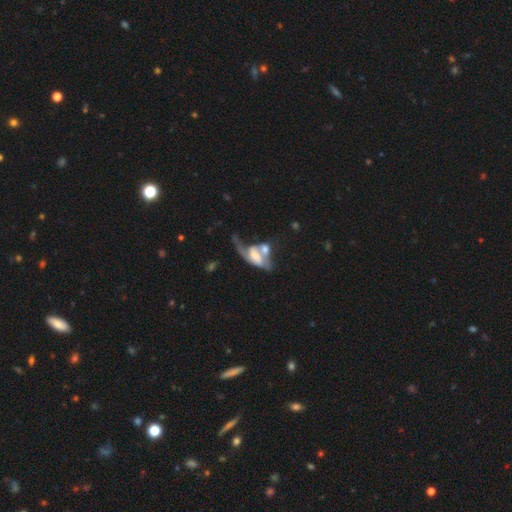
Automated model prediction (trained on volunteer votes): Q: Smooth or featured?
A: featured or disk (61%); runner-up: smooth (31%)
Q: Edge-on disk?
A: no (92%); runner-up: yes (8%)
Q: Bar?
A: no (47%); runner-up: weak (34%)
Q: Spiral arms?
A: yes (66%); runner-up: no (34%)
Q: Bulge size?
A: moderate (33%); runner-up: small (25%)
Q: Merging?
A: merger (51%); runner-up: major disturbance (26%)